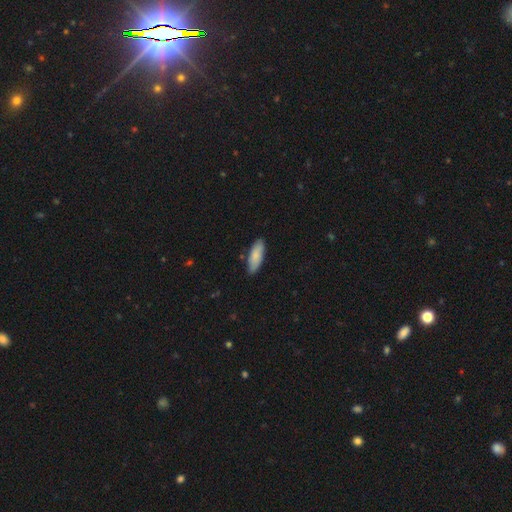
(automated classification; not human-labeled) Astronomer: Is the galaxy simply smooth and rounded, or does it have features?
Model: smooth — 83%.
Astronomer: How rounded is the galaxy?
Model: in between — 68%.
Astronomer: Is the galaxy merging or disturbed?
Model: none — 84%.